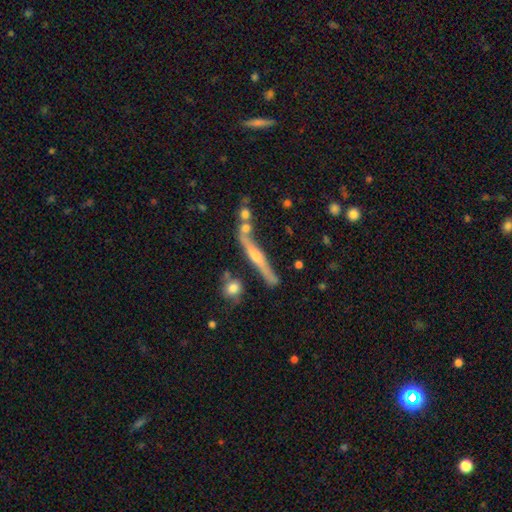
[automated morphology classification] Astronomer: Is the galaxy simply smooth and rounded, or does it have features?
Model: featured or disk — 68%.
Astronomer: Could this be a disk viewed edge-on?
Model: yes — 94%.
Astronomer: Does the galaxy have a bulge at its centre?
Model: rounded — 80%.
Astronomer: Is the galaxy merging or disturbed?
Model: none — 71%.